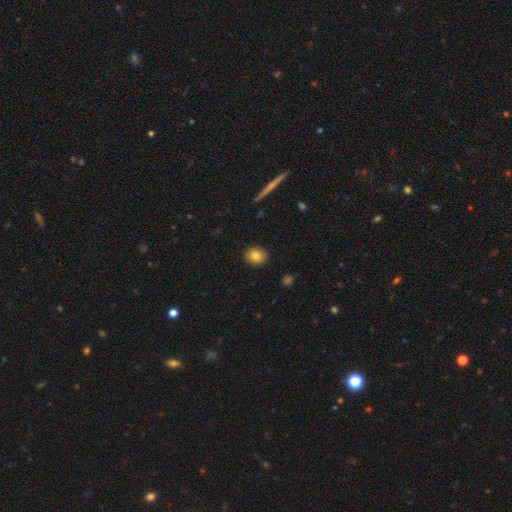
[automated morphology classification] smooth 81%, featured or disk 10%, star or artifact 9%. Down the decision tree: how rounded — round (64%); merging — none (90%).